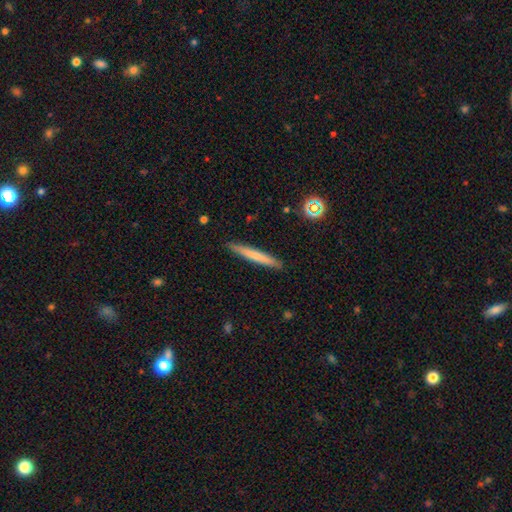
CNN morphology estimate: The model was most divided on "smooth or featured": smooth: 66%, featured or disk: 27%, star or artifact: 7%. More confident: how rounded — cigar-shaped (96%); merging — none (91%).